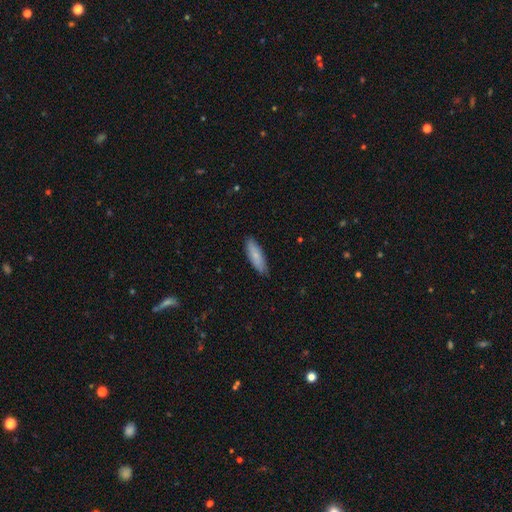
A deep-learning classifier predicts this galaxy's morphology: The model was most divided on "how rounded": in between: 53%, cigar-shaped: 45%, round: 2%. More confident: merging — none (83%); smooth or featured — smooth (78%).